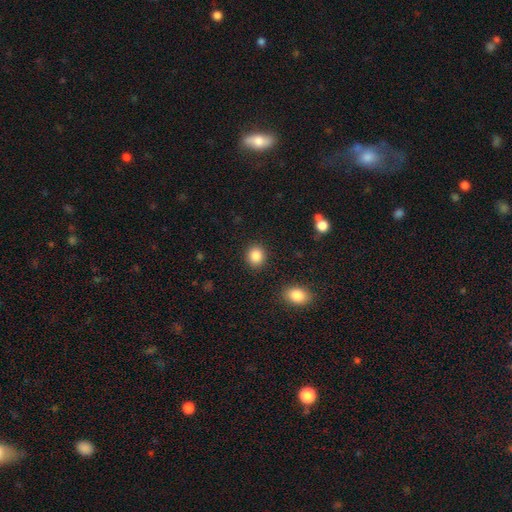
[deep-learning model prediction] smooth 87%, star or artifact 9%, featured or disk 4%. Down the decision tree: how rounded — round (80%); merging — none (91%).